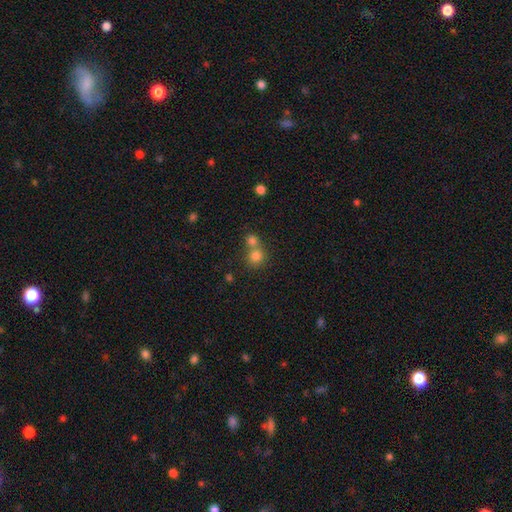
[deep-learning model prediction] smooth_or_featured: smooth (p=0.79) [alt: star or artifact p=0.14]
how_rounded: round (p=0.88) [alt: in between p=0.11]
merging: none (p=0.48) [alt: merger p=0.44]